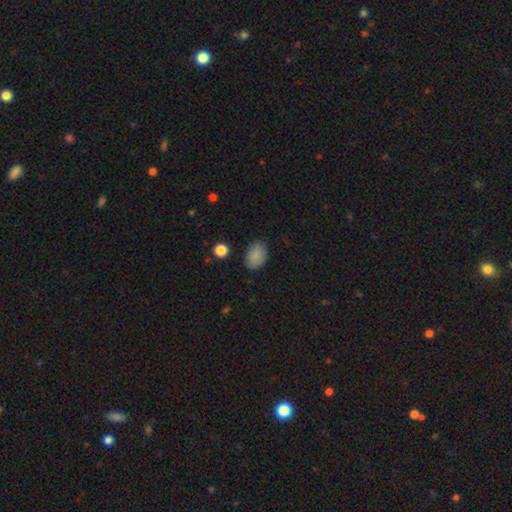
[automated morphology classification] The model was most divided on "how rounded": in between: 82%, round: 17%, cigar-shaped: 1%. More confident: smooth or featured — smooth (86%); merging — none (82%).